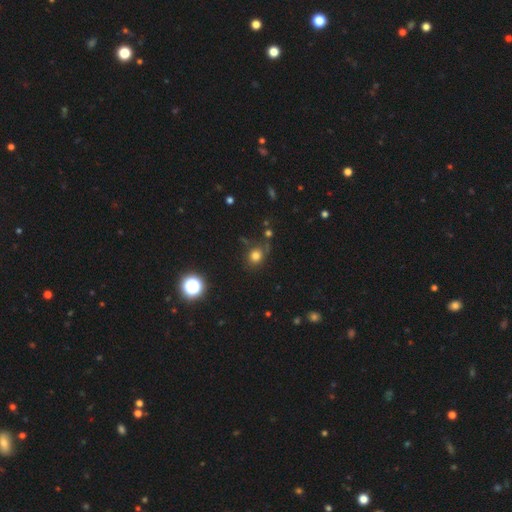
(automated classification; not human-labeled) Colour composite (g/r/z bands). It shows a smooth galaxy with no disk features (75%) that is round (78%). Merging: none (71%).